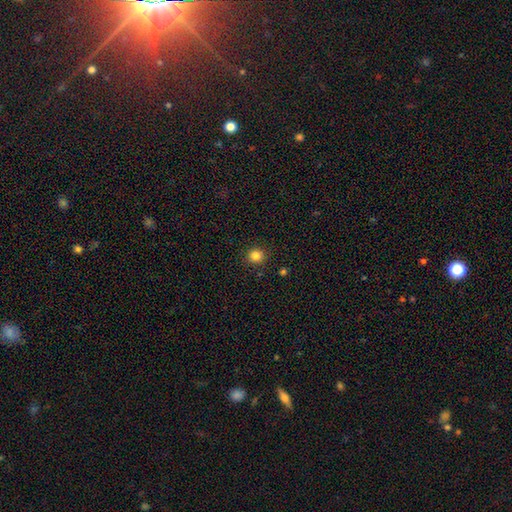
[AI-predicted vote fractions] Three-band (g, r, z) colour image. It shows a smooth galaxy with no disk features (84%) that is round (88%). Merging: none (90%).